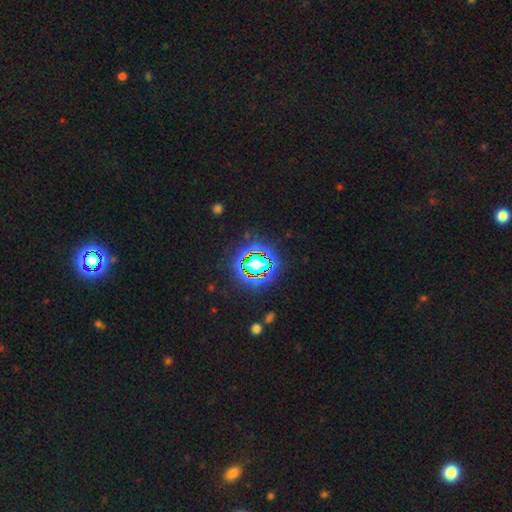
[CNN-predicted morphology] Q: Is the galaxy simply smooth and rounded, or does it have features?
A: star or artifact — 81%.